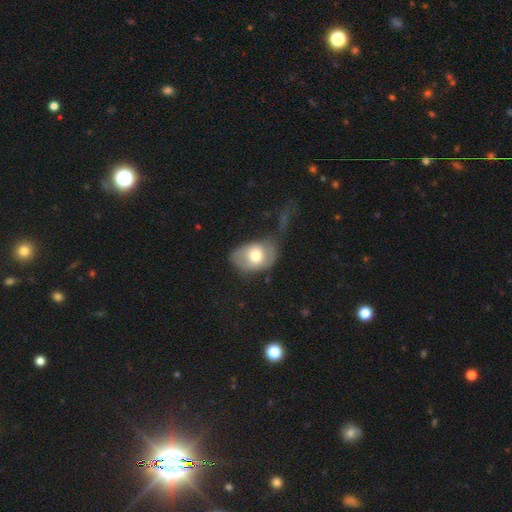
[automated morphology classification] Overall: smooth (65%; featured or disk 28%). How rounded: in between (77%). Merging: none (38%; minor disturbance 31%).